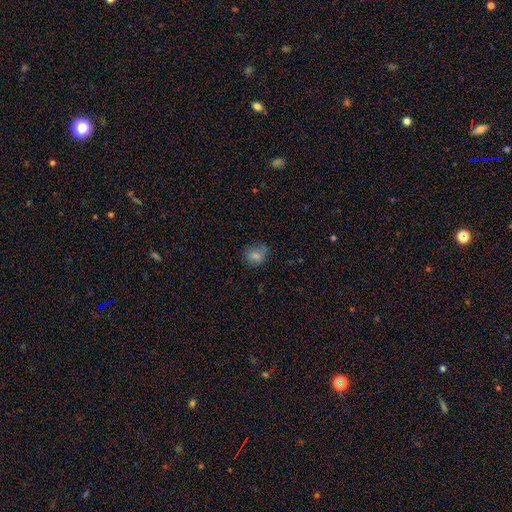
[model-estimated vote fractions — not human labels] Smooth or featured: smooth — 67% (star or artifact — 18%)
How rounded: round — 78% (in between — 21%)
Merging: none — 73% (minor disturbance — 19%)